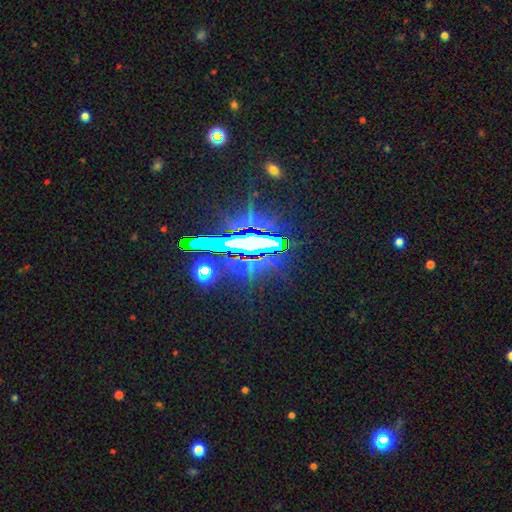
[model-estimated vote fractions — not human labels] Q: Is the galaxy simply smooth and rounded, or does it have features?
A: star or artifact — 74%.